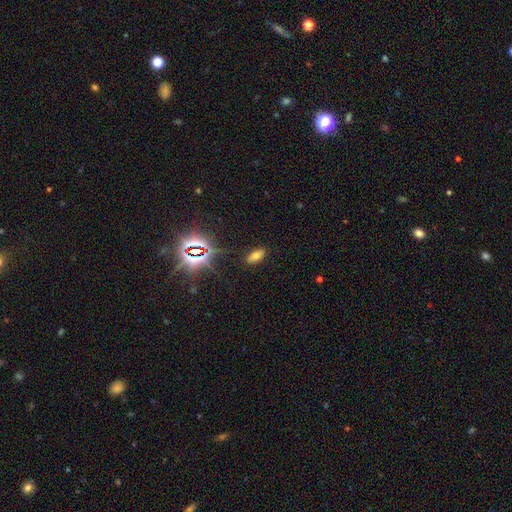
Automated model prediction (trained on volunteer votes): Smooth or featured: smooth — 60% (star or artifact — 27%)
How rounded: in between — 88% (cigar-shaped — 7%)
Merging: none — 87% (minor disturbance — 9%)